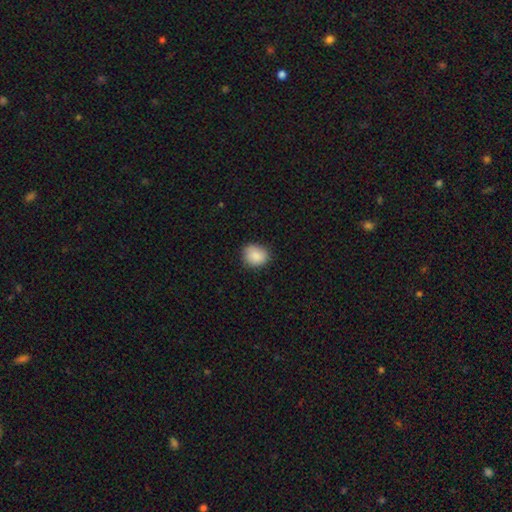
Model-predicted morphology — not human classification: The model was most divided on "how rounded": round: 65%, in between: 34%, cigar-shaped: 1%. More confident: smooth or featured — smooth (88%); merging — none (82%).